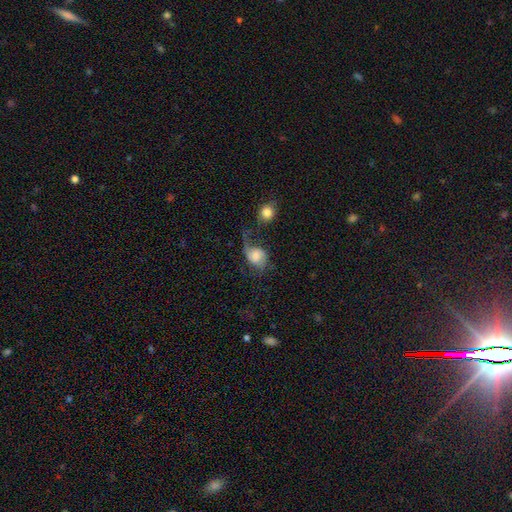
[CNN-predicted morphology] featured or disk 48%, smooth 43%, star or artifact 9%. Down the decision tree: merging — major disturbance (35%).